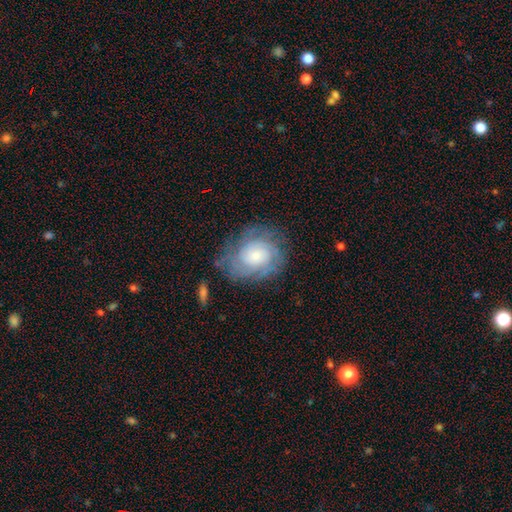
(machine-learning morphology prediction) A featured or disk galaxy (70%) with no bar (75%), tight (65%) spiral arms (91%) and a small central bulge (42%).

Vote fractions:
- Smooth or featured? featured or disk: 70% / smooth: 22% / star or artifact: 8%
- Edge-on disk? no: 97% / yes: 3%
- Bar? no: 75% / weak: 22% / strong: 3%
- Spiral arms? yes: 91% / no: 9%
- Spiral winding? tight: 65% / medium: 27% / loose: 8%
- Spiral arm count? can't tell: 45% / 3: 15% / 2: 15% / 4: 13% / more than 4: 6% / 1: 5%
- Bulge size? small: 42% / moderate: 36% / large: 15% / none: 4% / dominant: 2%
- Merging? none: 71% / minor disturbance: 18% / major disturbance: 9% / merger: 2%